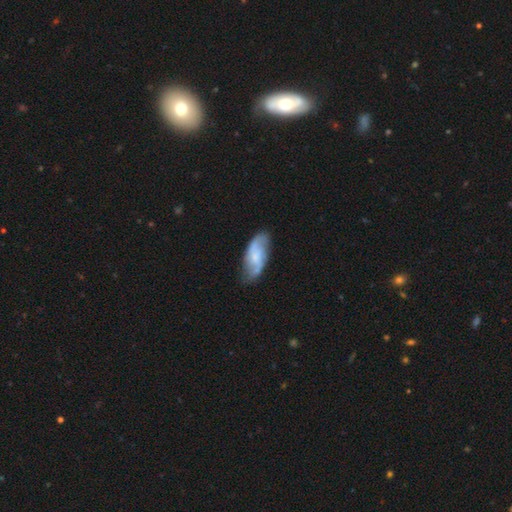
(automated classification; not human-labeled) Q: Smooth or featured?
A: featured or disk (60%); runner-up: smooth (33%)
Q: Edge-on disk?
A: no (92%); runner-up: yes (8%)
Q: Bar?
A: no (53%); runner-up: weak (38%)
Q: Spiral arms?
A: yes (89%); runner-up: no (11%)
Q: Bulge size?
A: small (50%); runner-up: moderate (29%)
Q: Merging?
A: none (72%); runner-up: minor disturbance (21%)